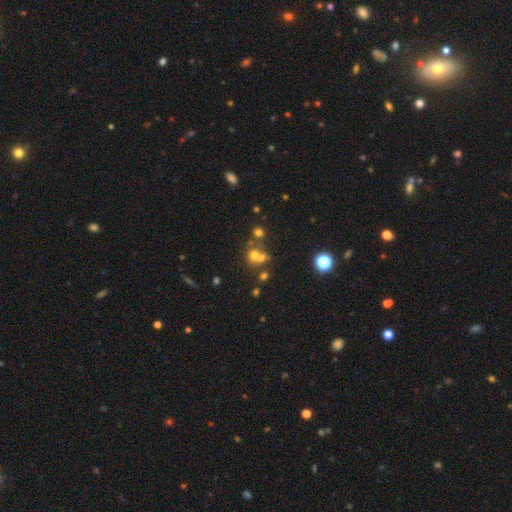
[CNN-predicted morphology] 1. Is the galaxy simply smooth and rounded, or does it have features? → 59% smooth, 25% star or artifact, 16% featured or disk.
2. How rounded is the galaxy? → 82% round, 17% in between, 1% cigar-shaped.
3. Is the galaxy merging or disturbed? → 46% none, 41% merger, 8% minor disturbance, 5% major disturbance.